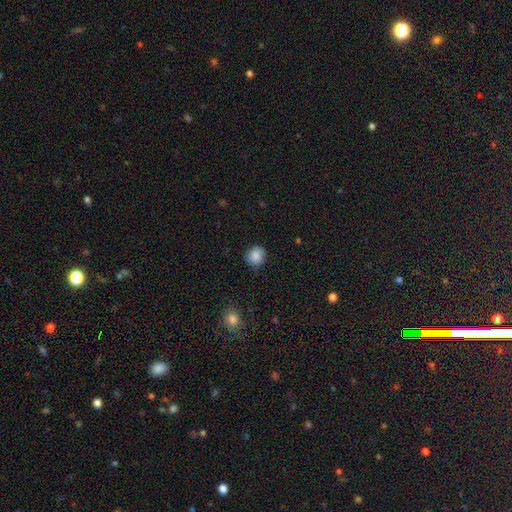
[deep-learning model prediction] Morphology: type=smooth (87%); roundness=round (86%); merging=none (84%).